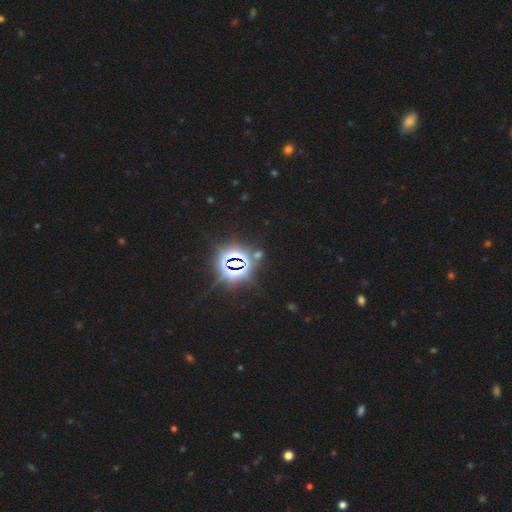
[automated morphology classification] Smooth or featured? Predicted: star or artifact (p=0.82).